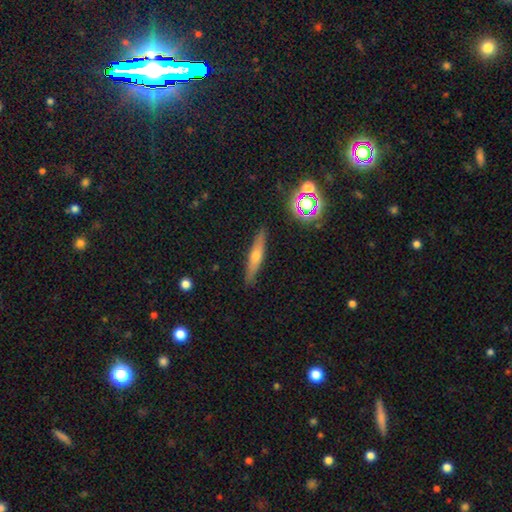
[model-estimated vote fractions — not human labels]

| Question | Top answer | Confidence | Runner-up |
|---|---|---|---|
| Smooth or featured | featured or disk | 47% | smooth (43%) |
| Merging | none | 89% | minor disturbance (8%) |